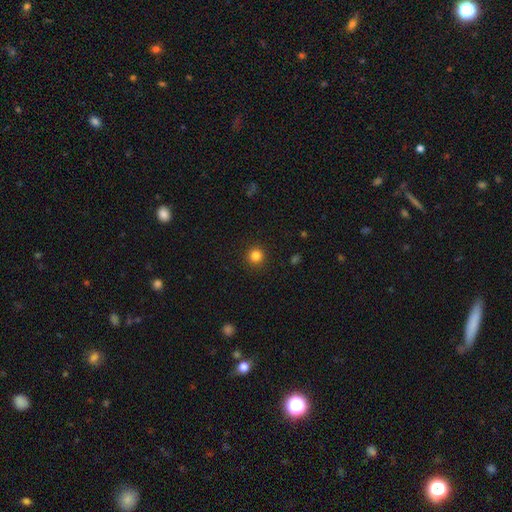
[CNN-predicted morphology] Smooth or featured? smooth (83%)
How rounded? round (95%)
Merging? none (92%)